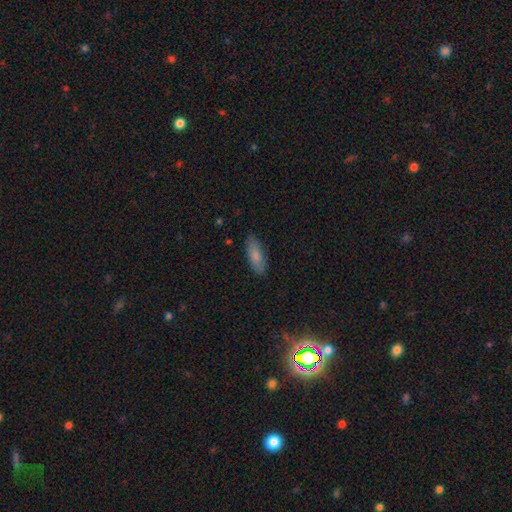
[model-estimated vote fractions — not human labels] The model was most divided on "how rounded": in between: 67%, cigar-shaped: 31%, round: 2%. More confident: merging — none (86%); smooth or featured — smooth (80%).